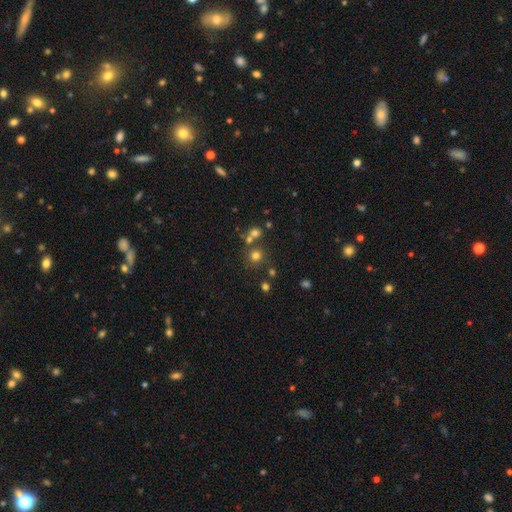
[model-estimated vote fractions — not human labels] Smooth or featured? Predicted: smooth (p=0.71). How rounded? Predicted: round (p=0.90). Merging? Predicted: none (p=0.69).